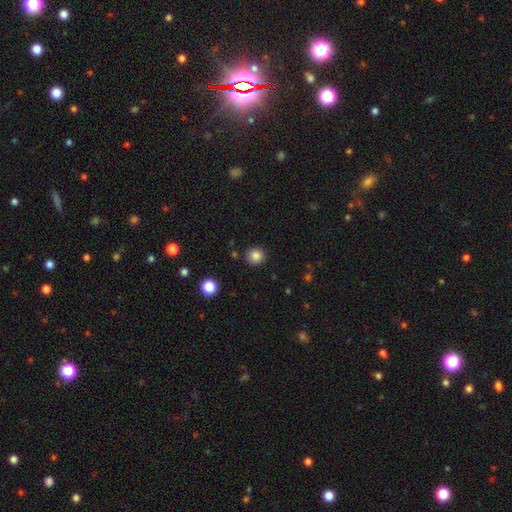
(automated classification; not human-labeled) Q: Smooth or featured?
A: smooth (85%); runner-up: star or artifact (11%)
Q: How rounded?
A: round (91%); runner-up: in between (8%)
Q: Merging?
A: none (89%); runner-up: minor disturbance (7%)